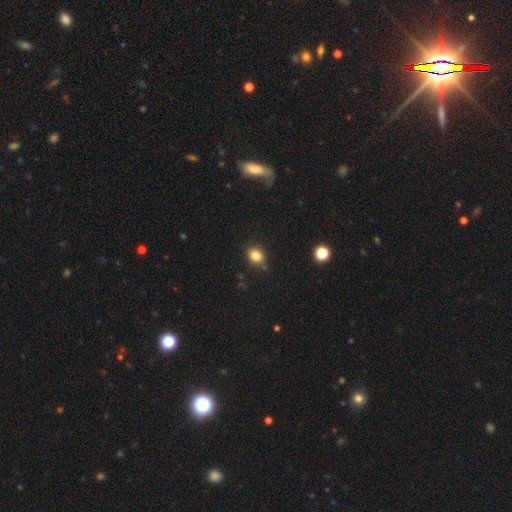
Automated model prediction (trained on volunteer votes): Overall: smooth (83%). How rounded: round (56%; in between 43%). Merging: none (77%).